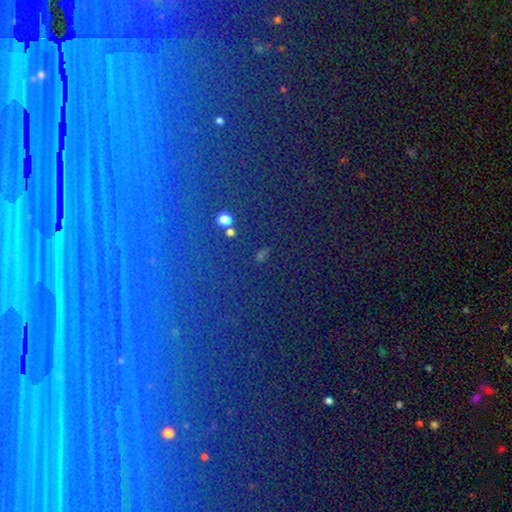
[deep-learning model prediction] This appears to be a star or artifact, not a galaxy (68%).